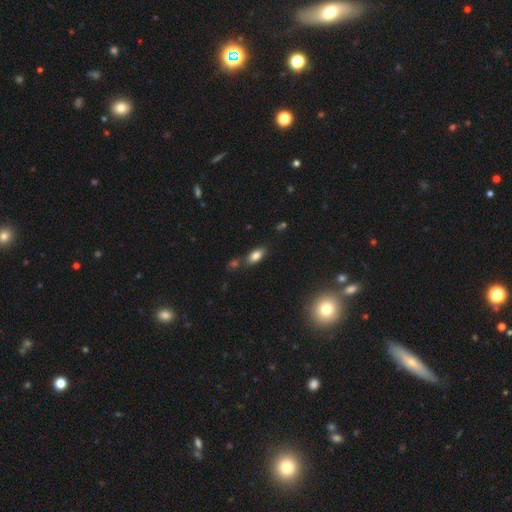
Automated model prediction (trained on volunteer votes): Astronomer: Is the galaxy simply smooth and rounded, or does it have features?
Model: smooth — 82%.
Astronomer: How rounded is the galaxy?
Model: in between — 86%.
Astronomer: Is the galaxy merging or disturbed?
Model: none — 72%.